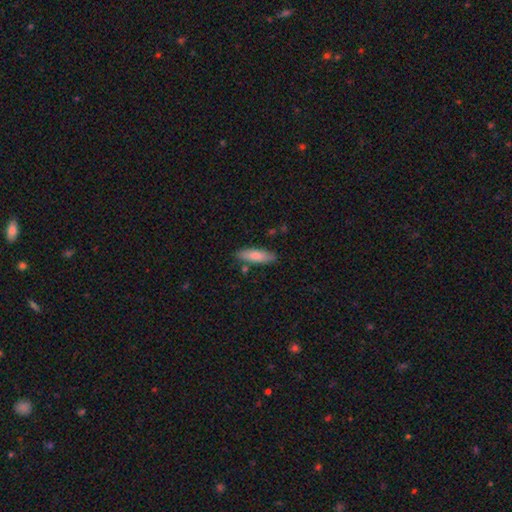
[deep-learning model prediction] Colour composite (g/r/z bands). It shows a smooth galaxy with no disk features (77%) that is cigar-shaped (54%). Merging: none (82%).